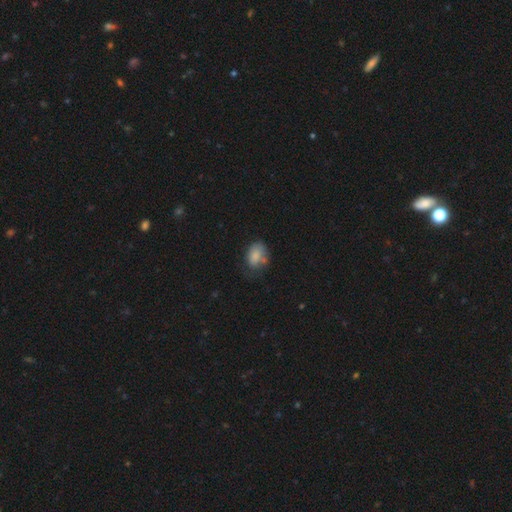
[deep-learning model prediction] Morphology: type=smooth (79%); roundness=in between (75%); merging=none (47%).